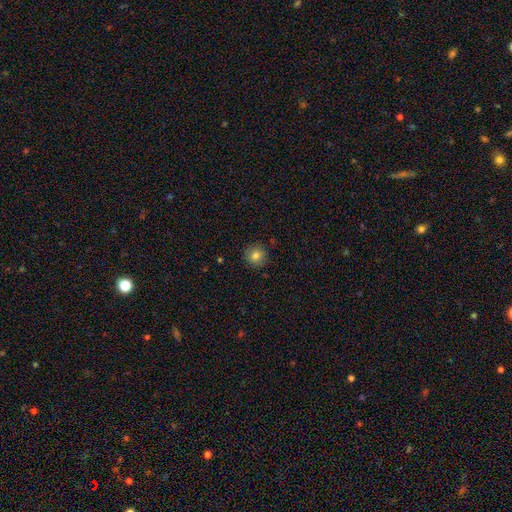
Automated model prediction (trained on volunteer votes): smooth-or-featured: smooth: 82% | star or artifact: 11% | featured or disk: 8%
  how-rounded: round: 94% | in between: 5% | cigar-shaped: 1%
  merging: none: 90% | minor disturbance: 7% | major disturbance: 2% | merger: 1%